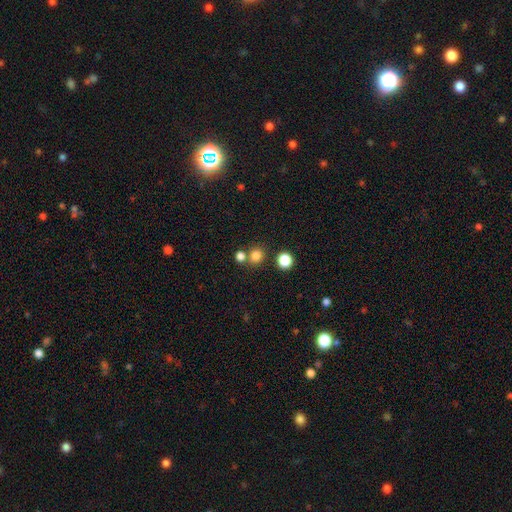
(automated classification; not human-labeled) smooth_or_featured: smooth (p=0.80) [alt: star or artifact p=0.15]
how_rounded: round (p=0.83) [alt: in between p=0.16]
merging: none (p=0.70) [alt: merger p=0.21]